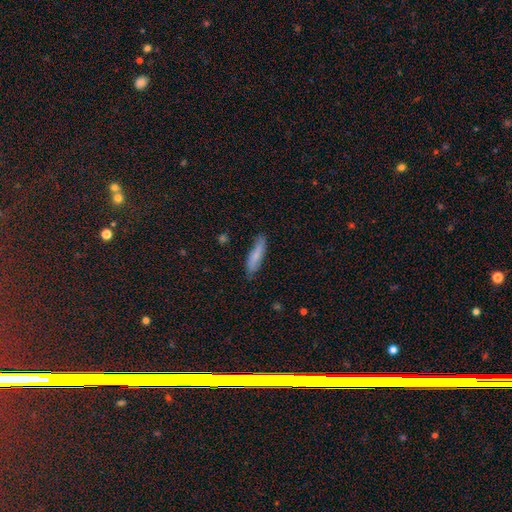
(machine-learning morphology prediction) type=smooth (75%); roundness=cigar-shaped (77%); merging=none (79%).